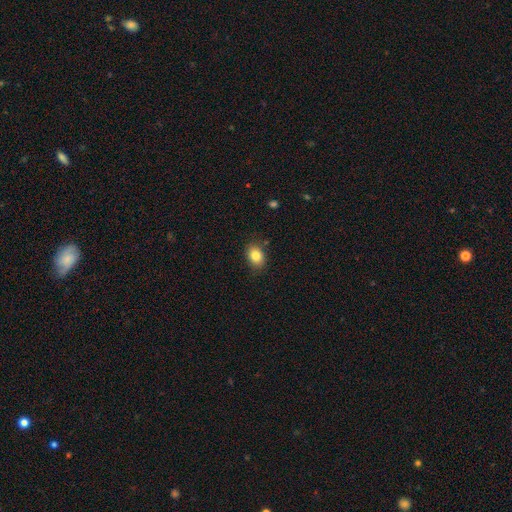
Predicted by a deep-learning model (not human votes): Q: Smooth or featured?
A: smooth (83%); runner-up: star or artifact (9%)
Q: How rounded?
A: in between (69%); runner-up: round (30%)
Q: Merging?
A: none (84%); runner-up: minor disturbance (12%)